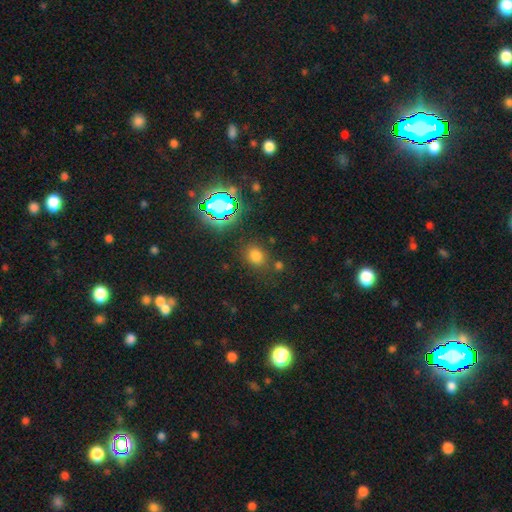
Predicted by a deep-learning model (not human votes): smooth 69%, star or artifact 24%, featured or disk 7%. Down the decision tree: how rounded — round (57%); merging — none (80%).